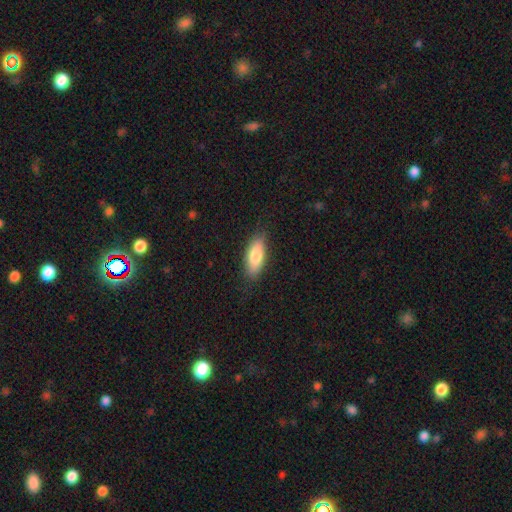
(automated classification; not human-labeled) Q: Smooth or featured?
A: smooth (79%); runner-up: featured or disk (15%)
Q: How rounded?
A: in between (73%); runner-up: cigar-shaped (24%)
Q: Merging?
A: none (84%); runner-up: minor disturbance (12%)